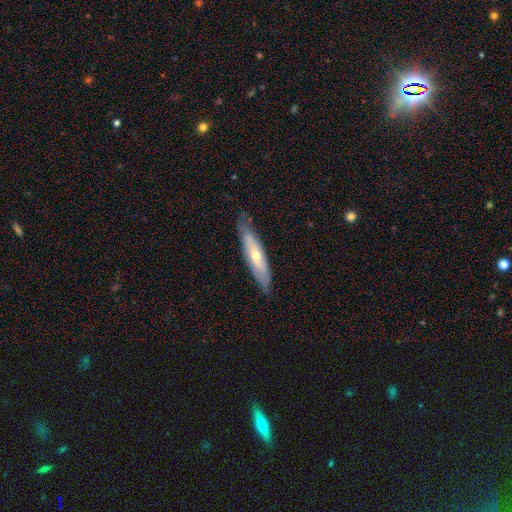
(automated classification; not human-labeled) Smooth or featured? featured or disk (52%)
Edge-on disk? yes (57%)
Merging? none (78%)